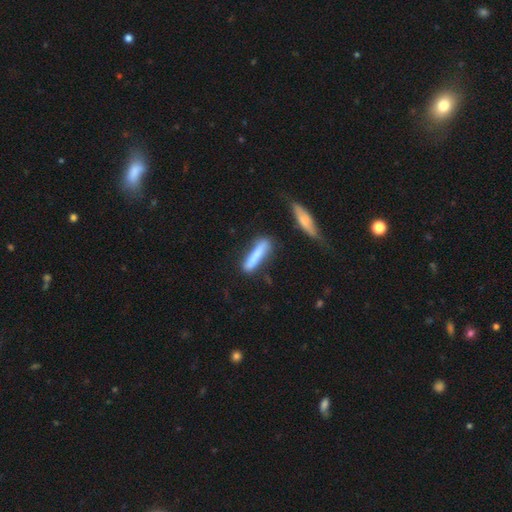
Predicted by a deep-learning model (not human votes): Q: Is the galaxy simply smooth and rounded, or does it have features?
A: smooth — 75%.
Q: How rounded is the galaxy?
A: cigar-shaped — 90%.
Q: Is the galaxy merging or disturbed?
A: none — 71%.